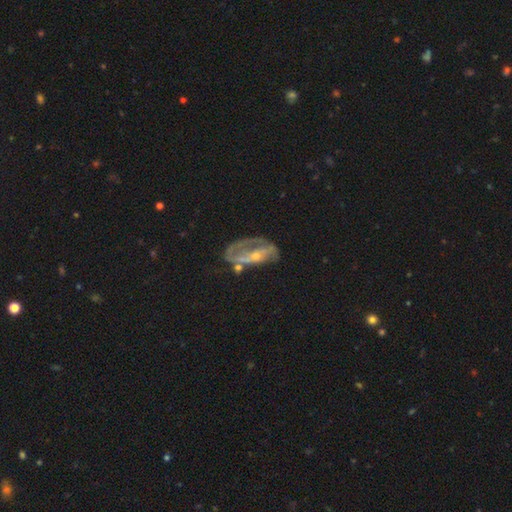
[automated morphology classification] Smooth or featured? featured or disk (70%)
Edge-on disk? no (90%)
Bar? no (50%)
Spiral arms? yes (60%)
Bulge size? small (62%)
Merging? none (38%)